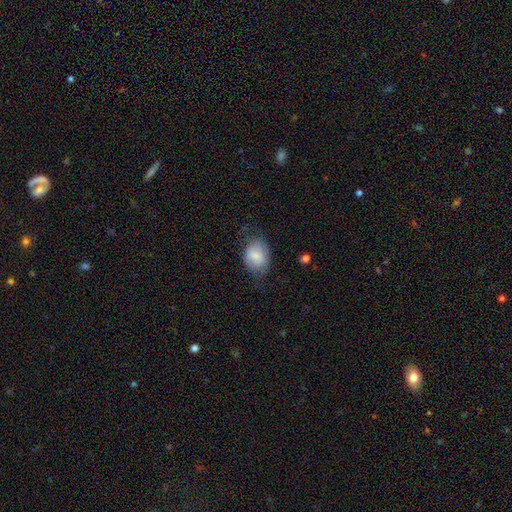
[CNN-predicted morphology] type=smooth (75%); roundness=in between (65%); merging=none (57%).